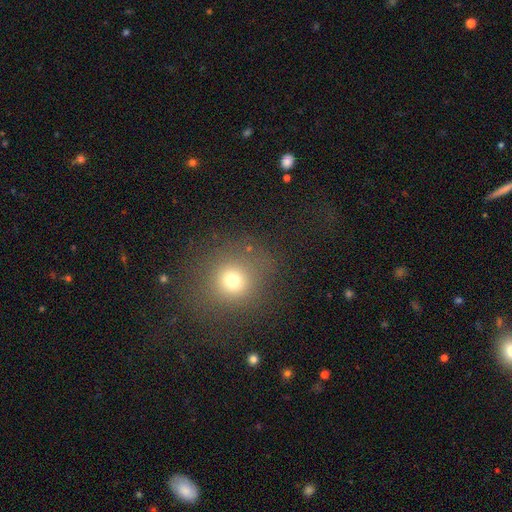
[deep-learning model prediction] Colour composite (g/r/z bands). It shows a smooth galaxy with no disk features (66%) that is round (88%). Merging: none (80%).